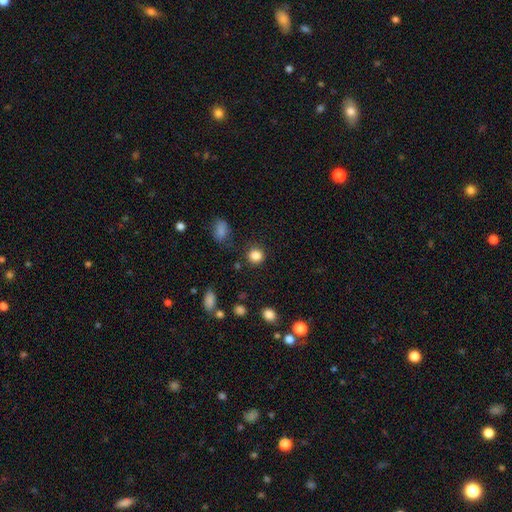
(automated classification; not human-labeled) Morphology: type=smooth (85%); roundness=round (90%); merging=none (86%).